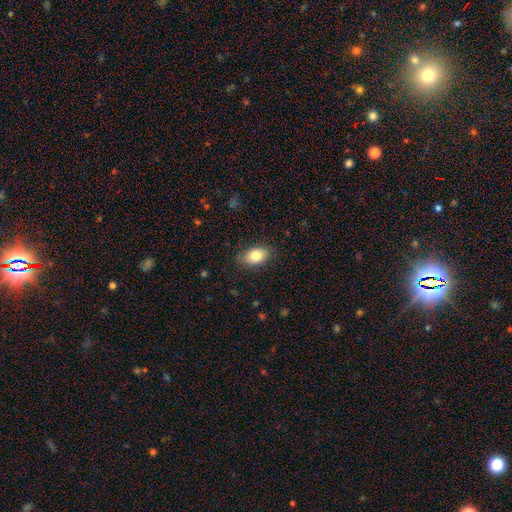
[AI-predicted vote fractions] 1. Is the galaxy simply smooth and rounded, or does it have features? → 82% smooth, 11% featured or disk, 7% star or artifact.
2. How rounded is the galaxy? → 89% in between, 9% round, 2% cigar-shaped.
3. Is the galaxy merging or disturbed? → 83% none, 13% minor disturbance, 3% major disturbance, 1% merger.